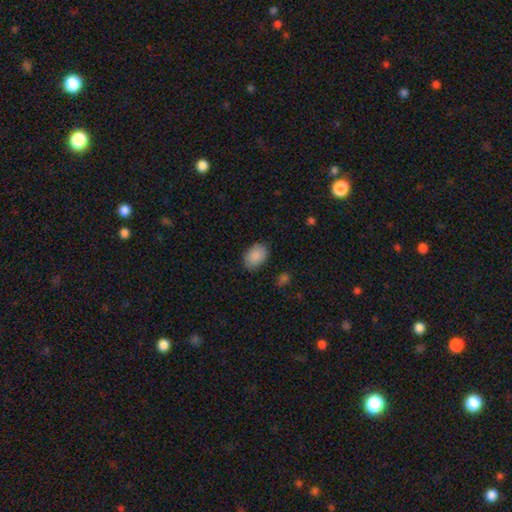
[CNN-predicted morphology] type=smooth (89%); roundness=in between (84%); merging=none (82%).